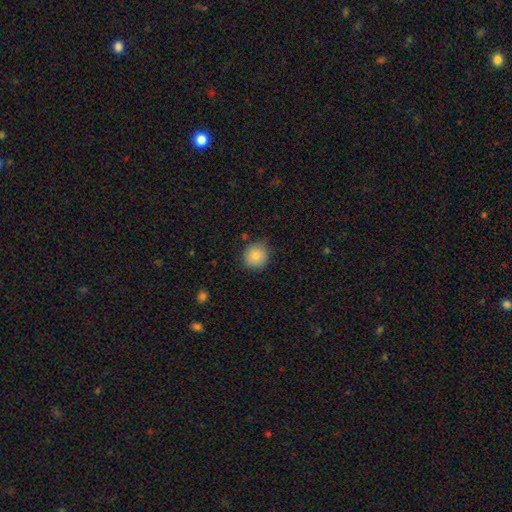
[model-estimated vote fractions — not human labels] smooth-or-featured: smooth: 83% | star or artifact: 9% | featured or disk: 8%
  how-rounded: round: 89% | in between: 10% | cigar-shaped: 1%
  merging: none: 81% | minor disturbance: 15% | major disturbance: 3% | merger: 2%